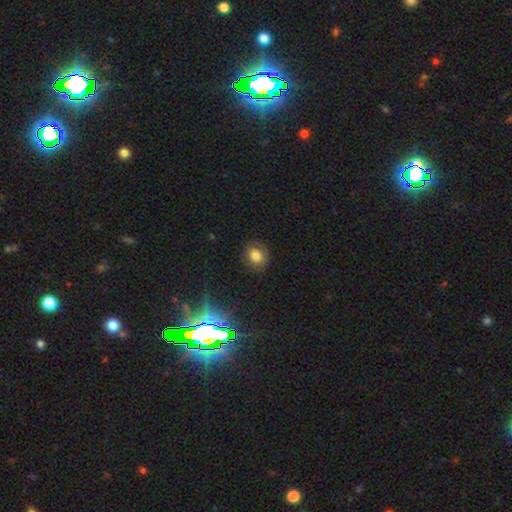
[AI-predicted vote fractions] smooth-or-featured: smooth: 77% | star or artifact: 13% | featured or disk: 10%
  how-rounded: round: 73% | in between: 26% | cigar-shaped: 1%
  merging: none: 84% | minor disturbance: 12% | major disturbance: 3% | merger: 1%